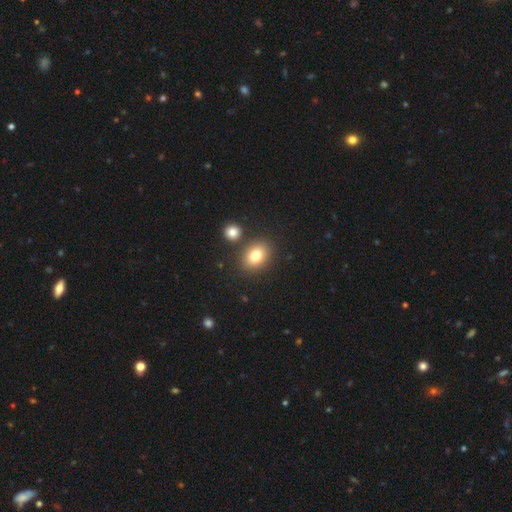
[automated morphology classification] Smooth or featured: smooth — 80% (star or artifact — 10%)
How rounded: in between — 63% (round — 35%)
Merging: none — 79% (merger — 10%)